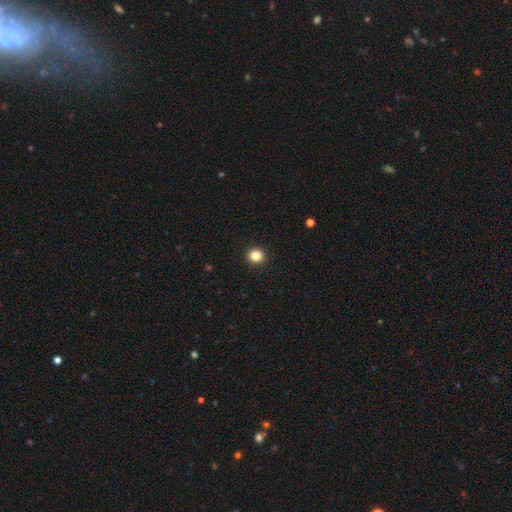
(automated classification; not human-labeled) Smooth or featured? Predicted: smooth (p=0.85). How rounded? Predicted: round (p=0.91). Merging? Predicted: none (p=0.93).